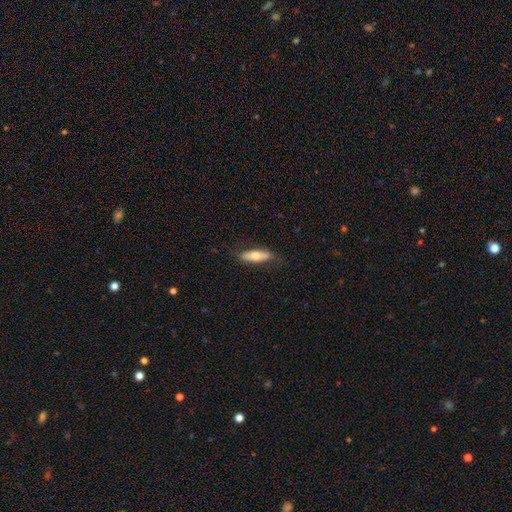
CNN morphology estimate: Overall: smooth (60%; featured or disk 34%). How rounded: cigar-shaped (52%; in between 46%). Merging: none (76%).